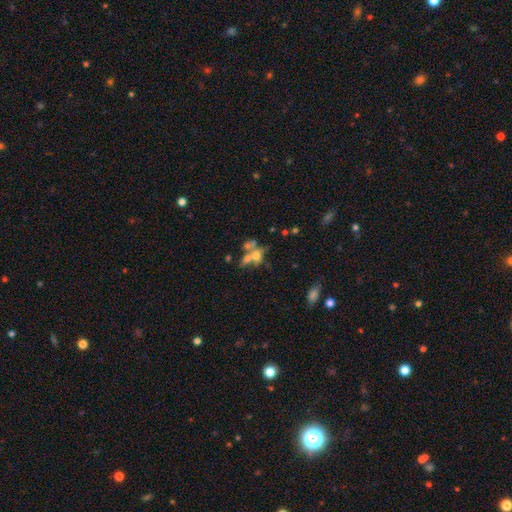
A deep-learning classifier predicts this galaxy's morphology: A smooth galaxy with no disk features (47%). Merging: merger (49%).